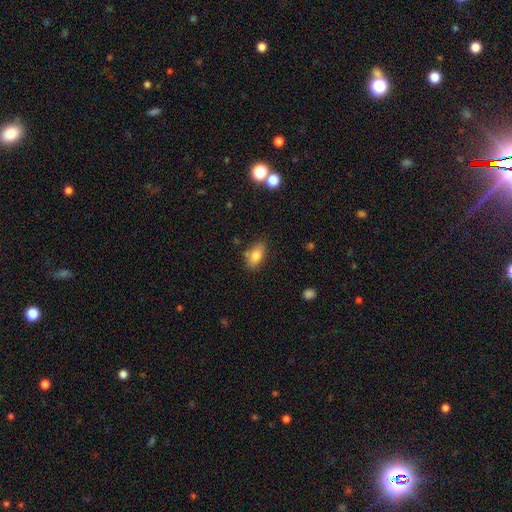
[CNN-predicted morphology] smooth-or-featured: smooth: 81% | featured or disk: 10% | star or artifact: 8%
  how-rounded: in between: 89% | round: 7% | cigar-shaped: 4%
  merging: none: 75% | minor disturbance: 16% | merger: 5% | major disturbance: 3%